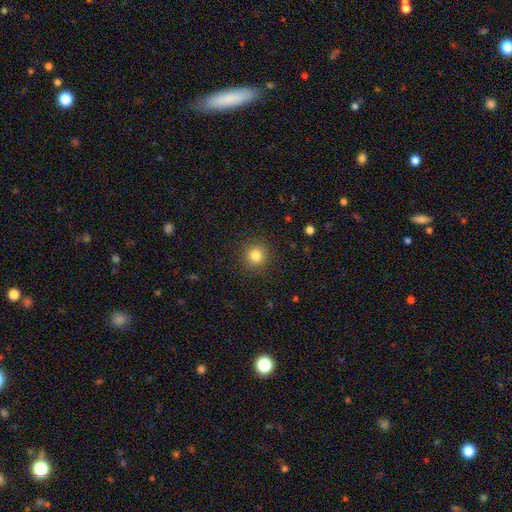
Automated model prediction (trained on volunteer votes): smooth_or_featured: smooth (p=0.82) [alt: star or artifact p=0.12]
how_rounded: round (p=0.94) [alt: in between p=0.05]
merging: none (p=0.91) [alt: minor disturbance p=0.06]